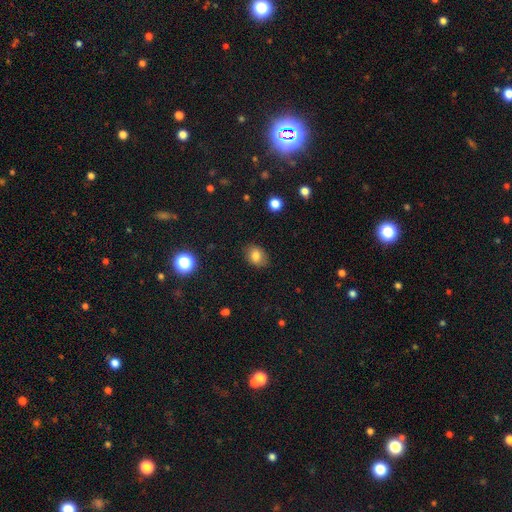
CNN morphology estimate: Smooth or featured: smooth — 81% (star or artifact — 11%)
How rounded: in between — 63% (round — 36%)
Merging: none — 85% (minor disturbance — 11%)